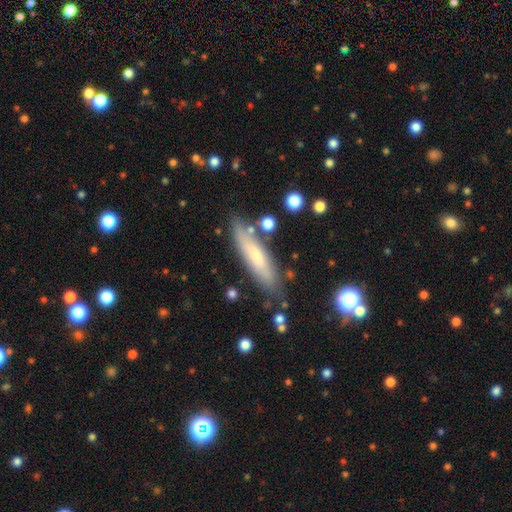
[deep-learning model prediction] The model was most divided on "smooth or featured": smooth: 60%, featured or disk: 33%, star or artifact: 7%. More confident: merging — none (76%); how rounded — cigar-shaped (75%).